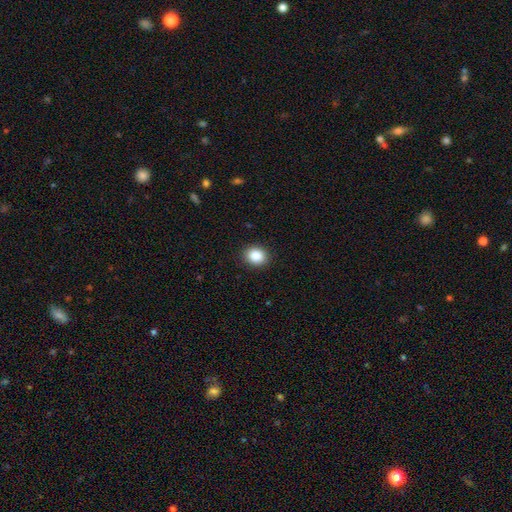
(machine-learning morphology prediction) Smooth or featured? Predicted: smooth (p=0.86). How rounded? Predicted: round (p=0.58). Merging? Predicted: none (p=0.90).